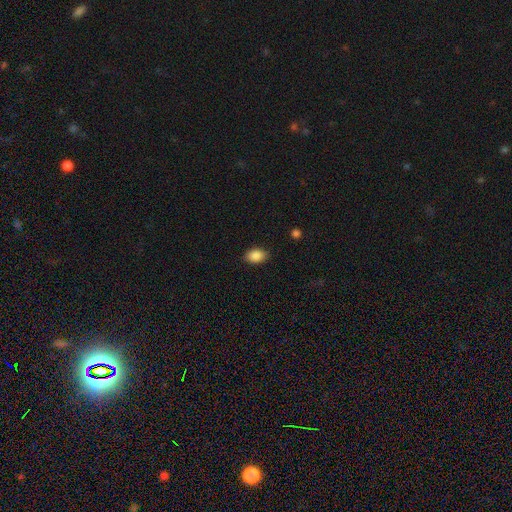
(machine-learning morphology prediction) A smooth galaxy with no disk features (88%) that is in between round and cigar-shaped (83%).

Vote fractions:
- Smooth or featured? smooth: 88% / star or artifact: 8% / featured or disk: 4%
- How rounded? in between: 83% / round: 16% / cigar-shaped: 1%
- Merging? none: 86% / minor disturbance: 10% / major disturbance: 2% / merger: 1%